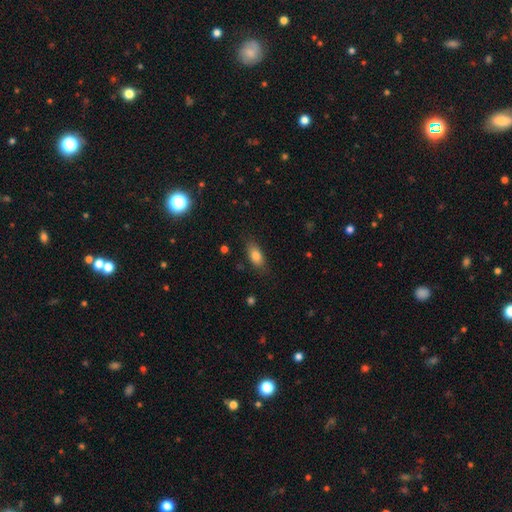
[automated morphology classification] type=smooth (82%); roundness=in between (85%); merging=none (79%).